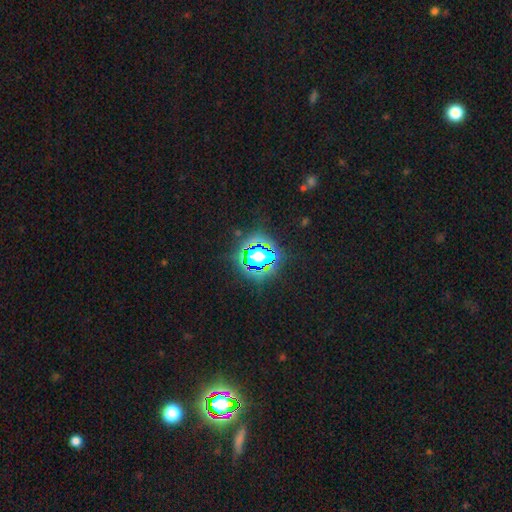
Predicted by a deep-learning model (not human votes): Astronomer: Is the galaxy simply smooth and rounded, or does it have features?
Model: star or artifact — 75%.